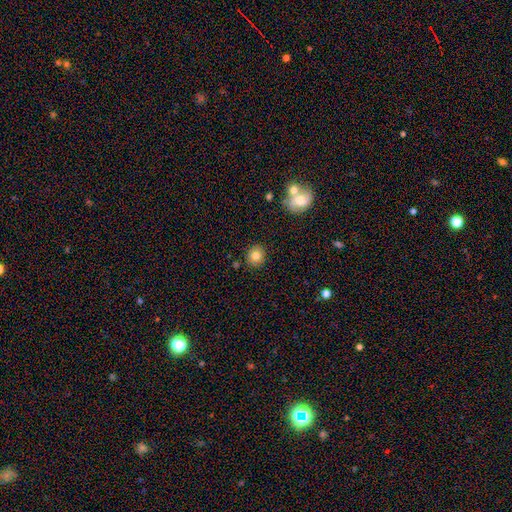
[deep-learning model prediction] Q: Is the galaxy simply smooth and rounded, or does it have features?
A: smooth — 81%.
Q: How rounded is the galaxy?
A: round — 85%.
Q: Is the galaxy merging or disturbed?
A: none — 87%.